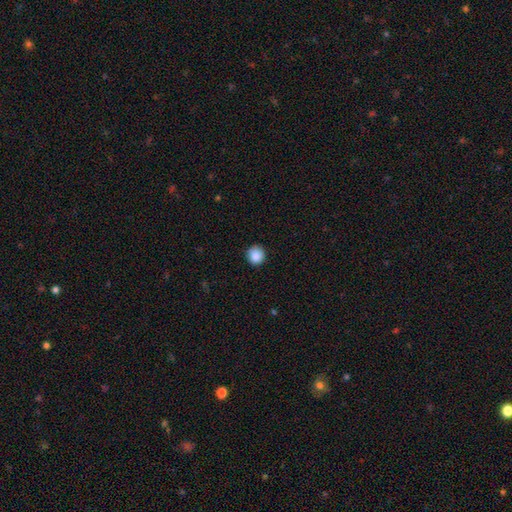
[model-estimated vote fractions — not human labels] The model was most divided on "smooth or featured": smooth: 88%, star or artifact: 9%, featured or disk: 3%. More confident: how rounded — round (93%); merging — none (89%).